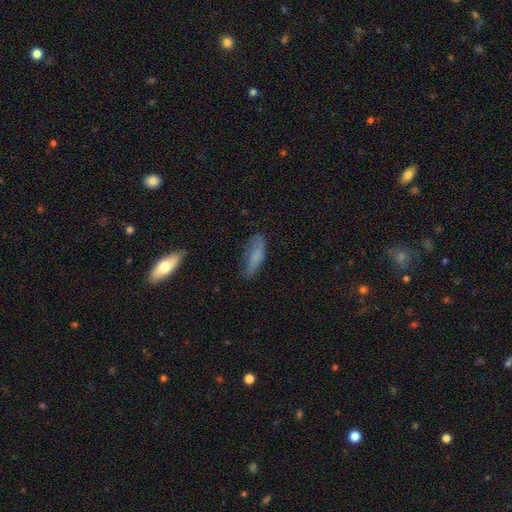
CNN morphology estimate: smooth 73%, featured or disk 18%, star or artifact 9%. Down the decision tree: how rounded — in between (50%); merging — none (58%).